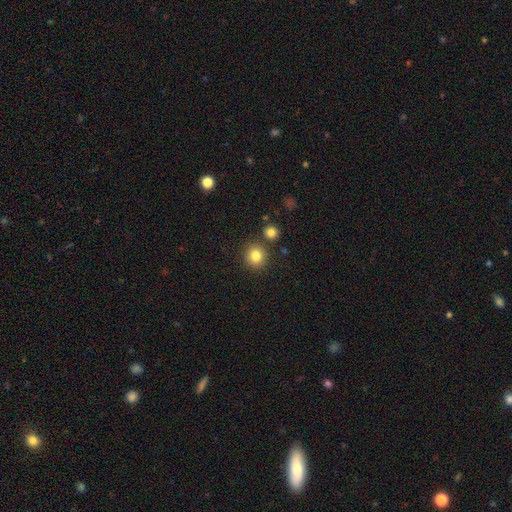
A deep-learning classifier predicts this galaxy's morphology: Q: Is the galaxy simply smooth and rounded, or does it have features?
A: smooth — 83%.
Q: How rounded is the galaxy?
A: round — 90%.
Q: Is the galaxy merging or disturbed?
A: none — 84%.